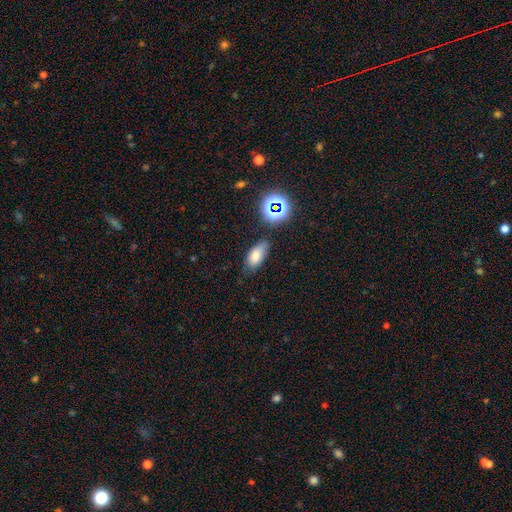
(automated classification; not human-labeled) Q: Smooth or featured?
A: smooth (74%); runner-up: star or artifact (15%)
Q: How rounded?
A: in between (86%); runner-up: cigar-shaped (8%)
Q: Merging?
A: none (63%); runner-up: minor disturbance (25%)